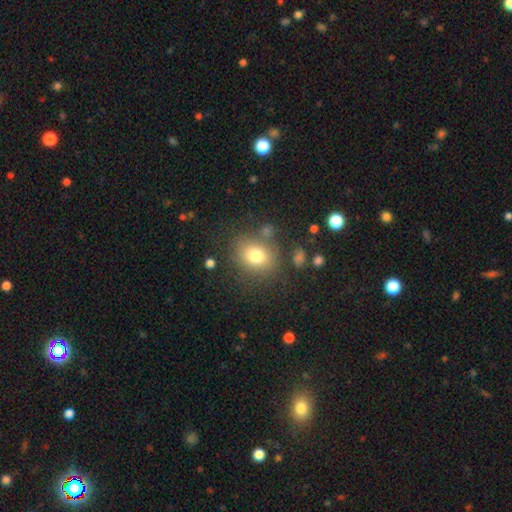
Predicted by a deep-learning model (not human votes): smooth_or_featured: smooth (p=0.77) [alt: star or artifact p=0.12]
how_rounded: round (p=0.64) [alt: in between p=0.35]
merging: none (p=0.77) [alt: minor disturbance p=0.13]